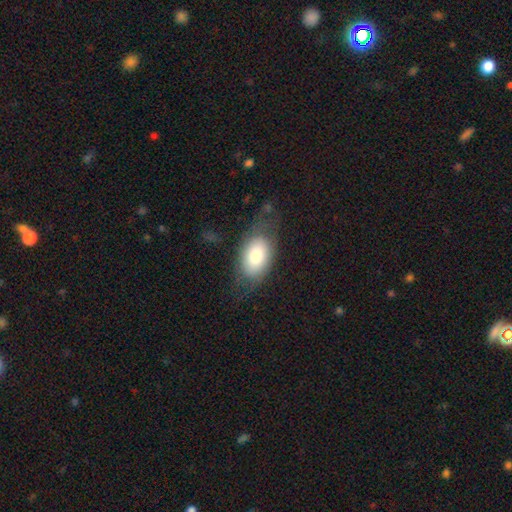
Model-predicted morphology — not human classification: A smooth galaxy with no disk features (73%) that is in between round and cigar-shaped (88%). Merging: none (61%).